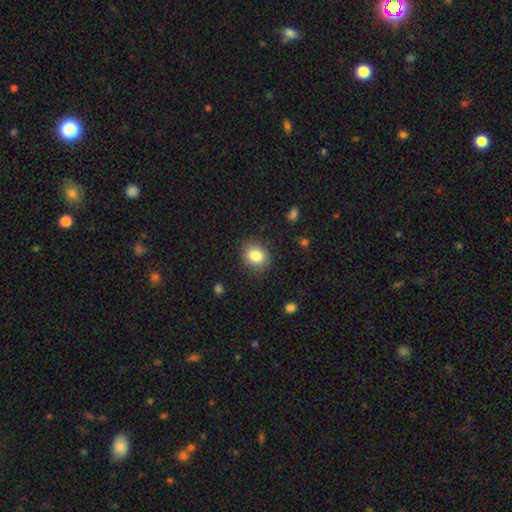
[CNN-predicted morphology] The model was most divided on "how rounded": round: 67%, in between: 32%, cigar-shaped: 1%. More confident: merging — none (85%); smooth or featured — smooth (84%).